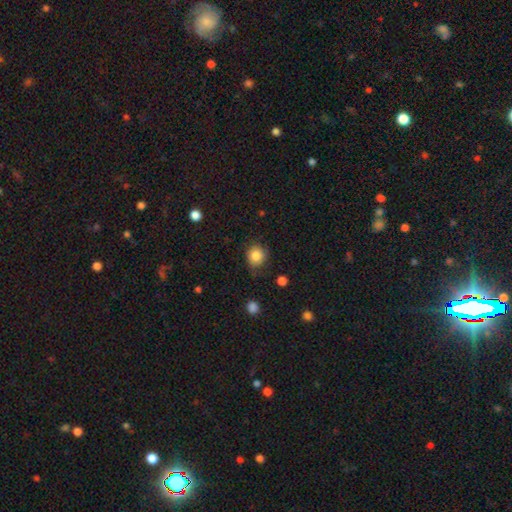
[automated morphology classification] A smooth galaxy with no disk features (84%) that is round (82%).

Vote fractions:
- Smooth or featured? smooth: 84% / star or artifact: 10% / featured or disk: 6%
- How rounded? round: 82% / in between: 17% / cigar-shaped: 1%
- Merging? none: 72% / minor disturbance: 21% / major disturbance: 5% / merger: 2%